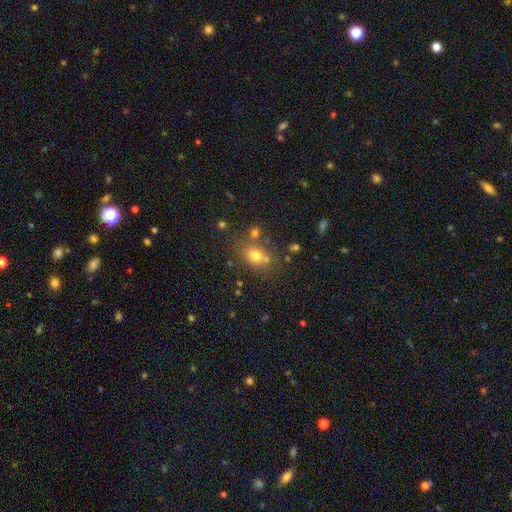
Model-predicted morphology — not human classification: smooth-or-featured: smooth: 72% | star or artifact: 16% | featured or disk: 12%
  how-rounded: round: 51% | in between: 48% | cigar-shaped: 1%
  merging: none: 65% | merger: 15% | minor disturbance: 15% | major disturbance: 6%